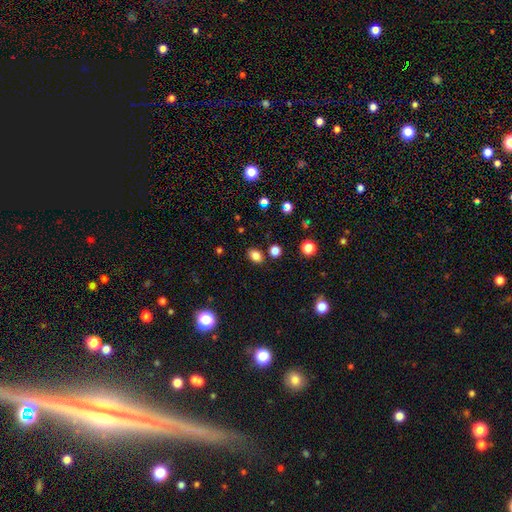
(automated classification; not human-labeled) Morphology: type=smooth (83%); roundness=in between (74%); merging=none (84%).